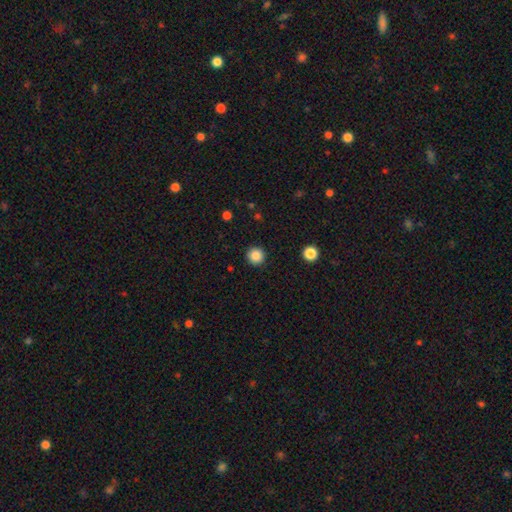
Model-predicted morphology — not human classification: Smooth or featured? Predicted: smooth (p=0.86). How rounded? Predicted: round (p=0.96). Merging? Predicted: none (p=0.93).